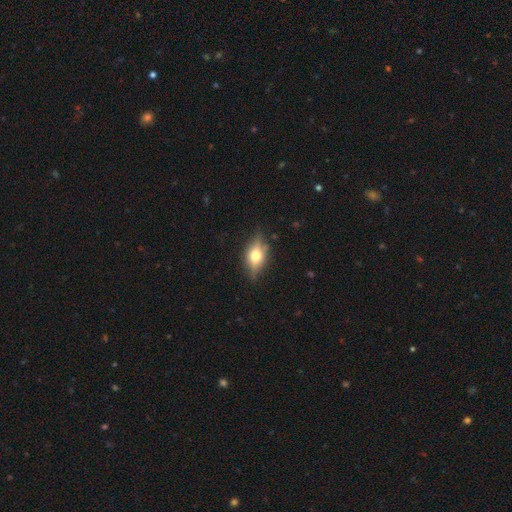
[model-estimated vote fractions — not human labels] A featured or disk galaxy (55%) viewed edge-on (88%). Merging: none (80%).